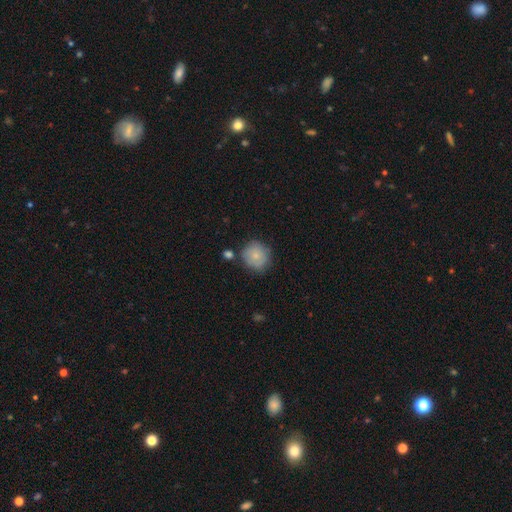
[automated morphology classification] Smooth or featured? smooth (79%)
How rounded? round (87%)
Merging? none (71%)